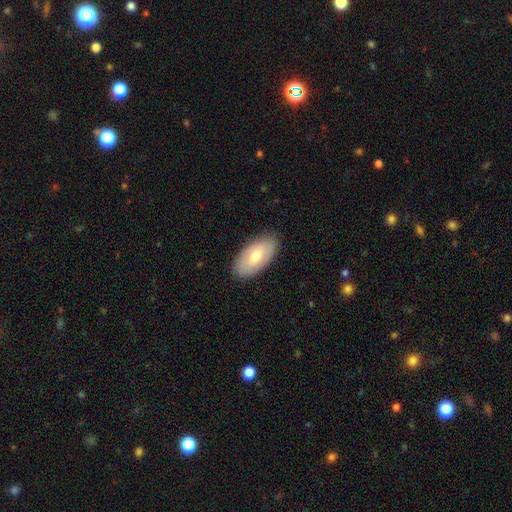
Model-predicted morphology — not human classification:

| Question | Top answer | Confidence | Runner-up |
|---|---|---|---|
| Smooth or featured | smooth | 63% | featured or disk (31%) |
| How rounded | in between | 93% | cigar-shaped (4%) |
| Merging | none | 87% | minor disturbance (10%) |